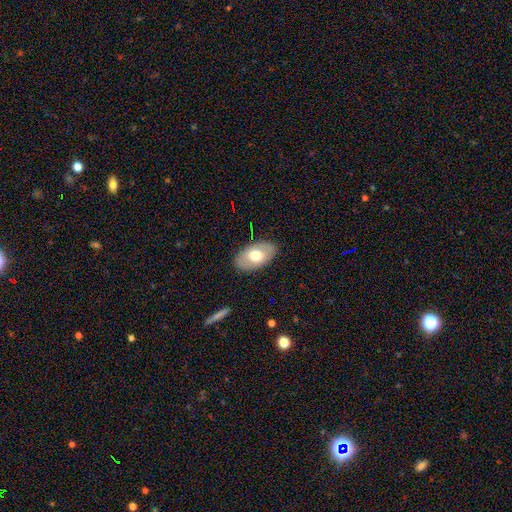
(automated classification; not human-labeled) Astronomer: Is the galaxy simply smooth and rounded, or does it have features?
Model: smooth — 61%.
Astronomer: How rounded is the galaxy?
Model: in between — 92%.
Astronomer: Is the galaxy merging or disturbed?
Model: none — 86%.